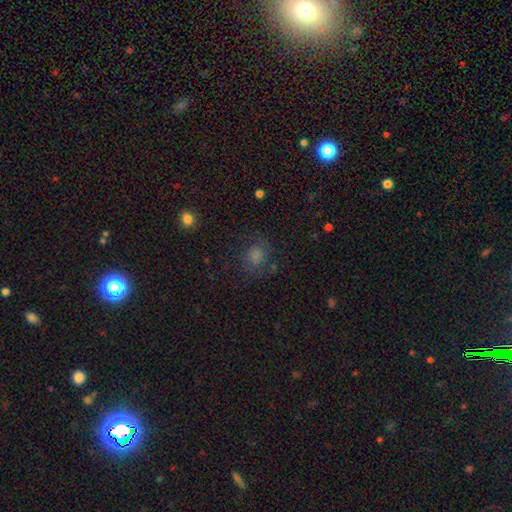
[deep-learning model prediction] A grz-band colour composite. It shows a smooth galaxy with no disk features (56%) that is round (69%). Merging: none (74%).